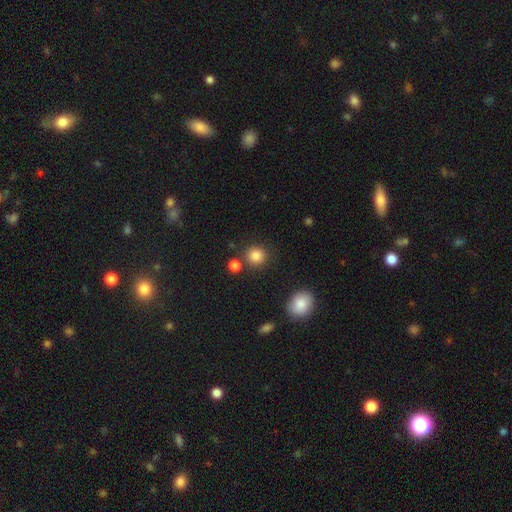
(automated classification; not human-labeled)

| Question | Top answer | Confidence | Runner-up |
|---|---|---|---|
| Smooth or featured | smooth | 84% | star or artifact (11%) |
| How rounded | round | 88% | in between (11%) |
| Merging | none | 81% | minor disturbance (8%) |